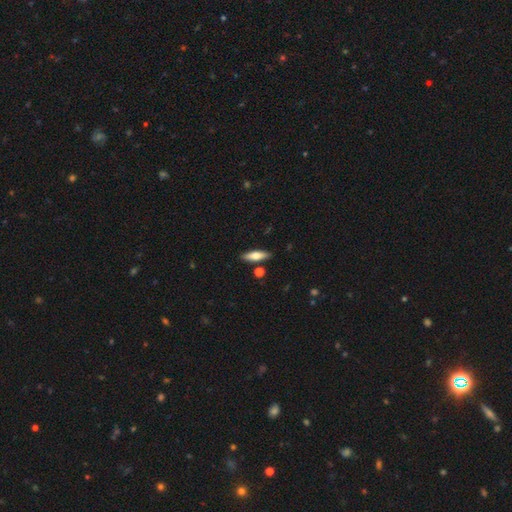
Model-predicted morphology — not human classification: smooth_or_featured: smooth (p=0.65) [alt: featured or disk p=0.28]
how_rounded: cigar-shaped (p=0.56) [alt: in between p=0.42]
merging: none (p=0.85) [alt: minor disturbance p=0.09]